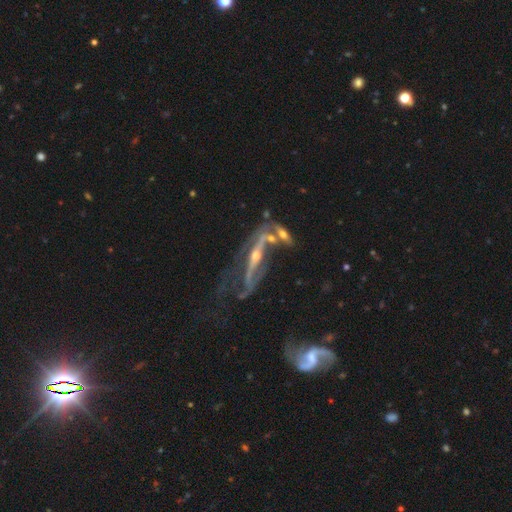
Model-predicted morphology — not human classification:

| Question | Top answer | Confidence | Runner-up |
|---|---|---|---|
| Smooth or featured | featured or disk | 83% | smooth (9%) |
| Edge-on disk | yes | 64% | no (36%) |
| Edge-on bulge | rounded | 87% | none (9%) |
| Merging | merger | 36% | none (25%) |